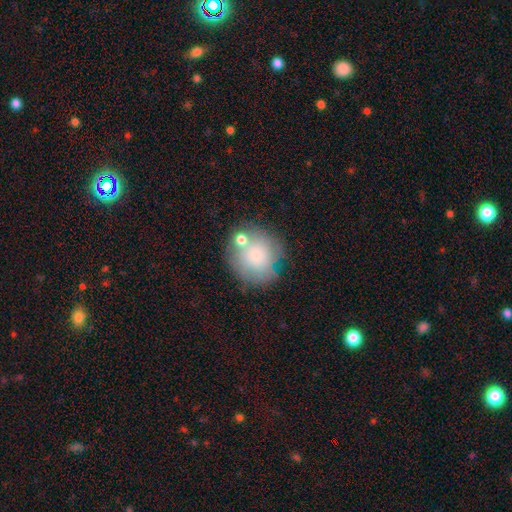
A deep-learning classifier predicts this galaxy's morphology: Smooth or featured: smooth — 74% (featured or disk — 17%)
How rounded: round — 83% (in between — 16%)
Merging: none — 58% (minor disturbance — 18%)